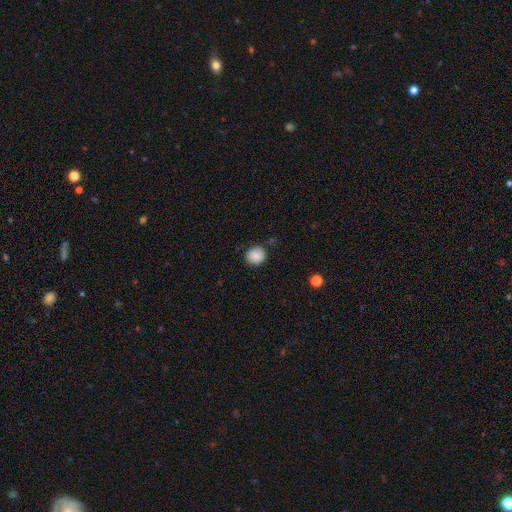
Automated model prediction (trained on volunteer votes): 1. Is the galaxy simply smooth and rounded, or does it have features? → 85% smooth, 9% star or artifact, 7% featured or disk.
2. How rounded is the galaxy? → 83% round, 16% in between, 1% cigar-shaped.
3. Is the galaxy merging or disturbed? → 83% none, 12% minor disturbance, 3% major disturbance, 2% merger.